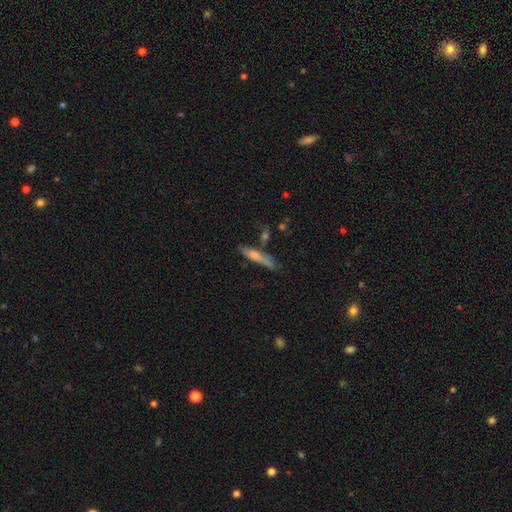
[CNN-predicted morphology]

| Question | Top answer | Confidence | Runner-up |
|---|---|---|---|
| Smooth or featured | smooth | 63% | featured or disk (29%) |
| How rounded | cigar-shaped | 83% | in between (15%) |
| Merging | none | 54% | minor disturbance (23%) |